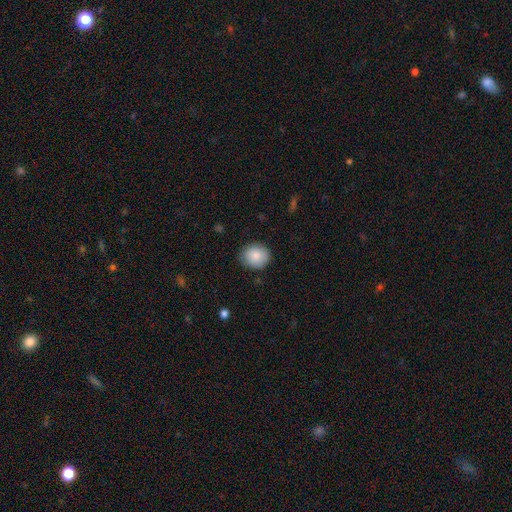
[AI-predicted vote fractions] A smooth galaxy with no disk features (86%) that is round (71%).

Vote fractions:
- Smooth or featured? smooth: 86% / star or artifact: 7% / featured or disk: 7%
- How rounded? round: 71% / in between: 28% / cigar-shaped: 1%
- Merging? none: 85% / minor disturbance: 12% / major disturbance: 2% / merger: 1%